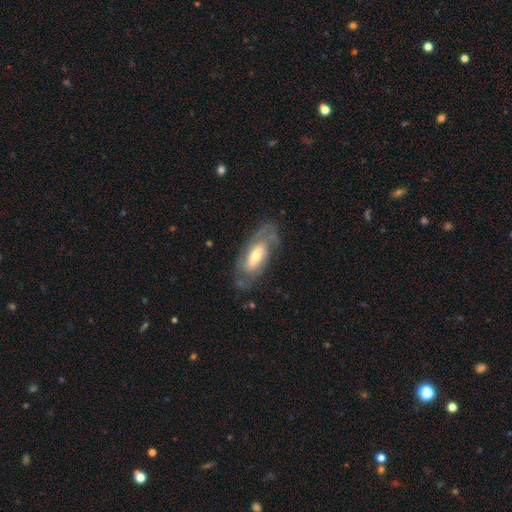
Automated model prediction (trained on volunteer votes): Smooth or featured? featured or disk (67%)
Edge-on disk? no (87%)
Bar? no (43%)
Spiral arms? yes (79%)
Bulge size? moderate (58%)
Merging? none (63%)